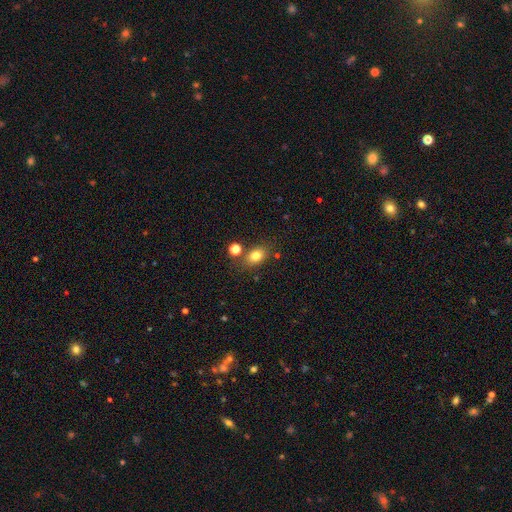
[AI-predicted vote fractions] Overall: smooth (79%). How rounded: in between (69%; round 29%). Merging: none (72%).